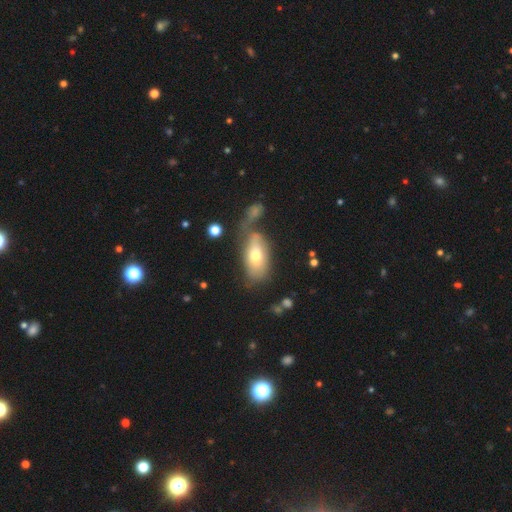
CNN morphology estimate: type=smooth (64%); roundness=in between (90%); merging=none (39%).